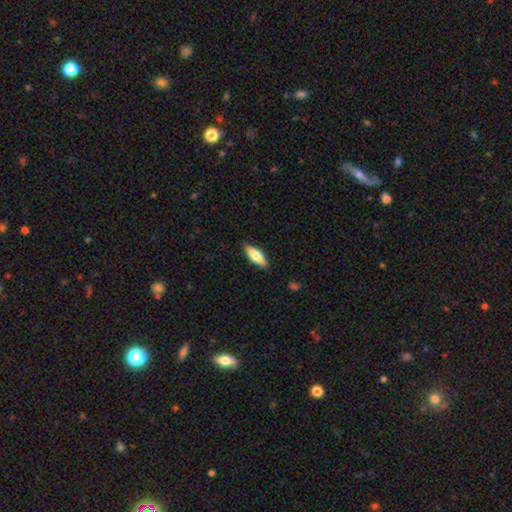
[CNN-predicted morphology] Q: Smooth or featured?
A: smooth (64%); runner-up: featured or disk (31%)
Q: How rounded?
A: in between (58%); runner-up: cigar-shaped (40%)
Q: Merging?
A: none (88%); runner-up: minor disturbance (9%)